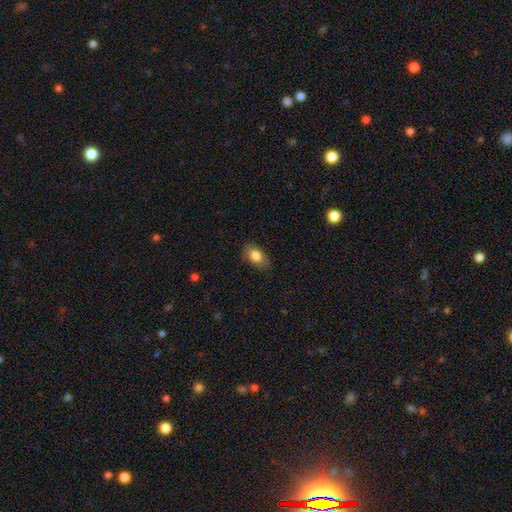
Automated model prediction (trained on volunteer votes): Smooth or featured? Predicted: smooth (p=0.80). How rounded? Predicted: in between (p=0.87). Merging? Predicted: none (p=0.80).